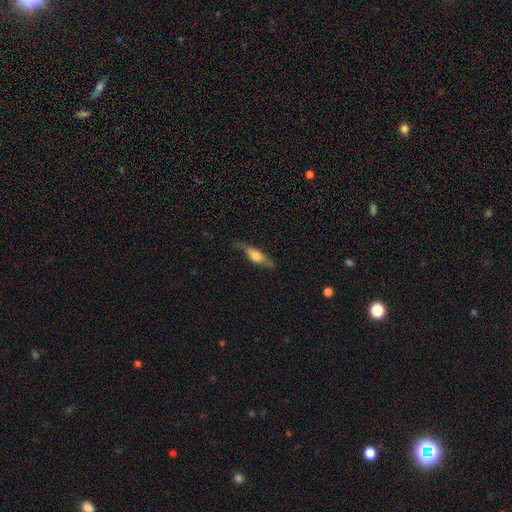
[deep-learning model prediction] Smooth or featured? Predicted: smooth (p=0.50). Merging? Predicted: none (p=0.72).